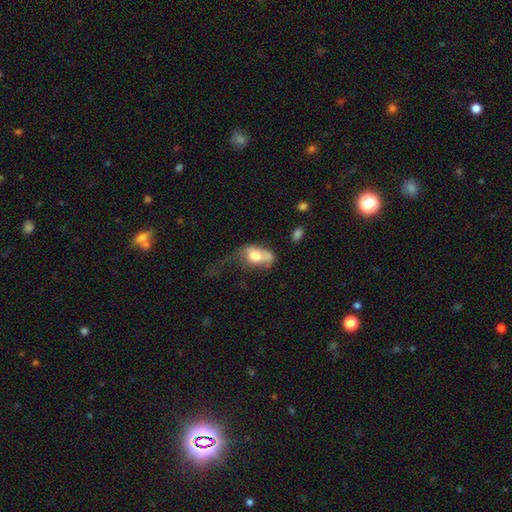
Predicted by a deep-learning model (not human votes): The model was most divided on "merging": major disturbance: 51%, minor disturbance: 21%, none: 17%, merger: 11%. More confident: how rounded — in between (87%); smooth or featured — smooth (65%).